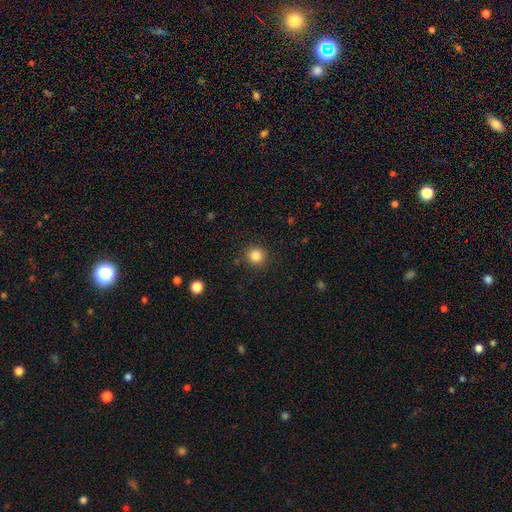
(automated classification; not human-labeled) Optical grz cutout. It shows a smooth galaxy with no disk features (84%) that is round (93%). Merging: none (90%).